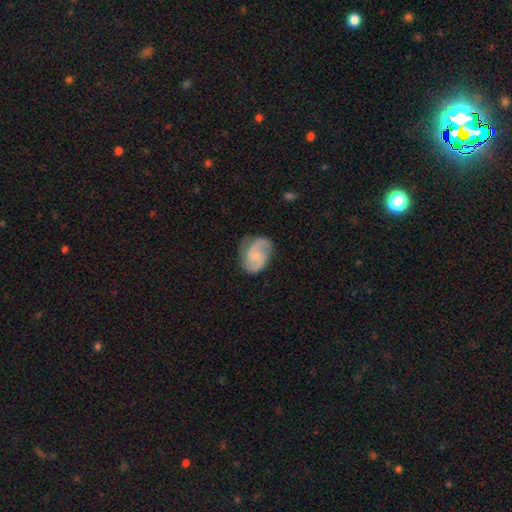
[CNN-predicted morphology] A featured or disk galaxy (79%) with no bar (58%), 2 (85%) medium (51%) spiral arms (96%) and a small central bulge (54%).

Vote fractions:
- Smooth or featured? featured or disk: 79% / smooth: 15% / star or artifact: 5%
- Edge-on disk? no: 98% / yes: 2%
- Bar? no: 58% / weak: 36% / strong: 6%
- Spiral arms? yes: 96% / no: 4%
- Spiral winding? medium: 51% / tight: 32% / loose: 17%
- Spiral arm count? 2: 85% / can't tell: 6% / 3: 4% / 1: 3% / 4: 1% / more than 4: 1%
- Bulge size? small: 54% / none: 22% / moderate: 21% / large: 2% / dominant: 1%
- Merging? none: 70% / minor disturbance: 21% / major disturbance: 8% / merger: 1%